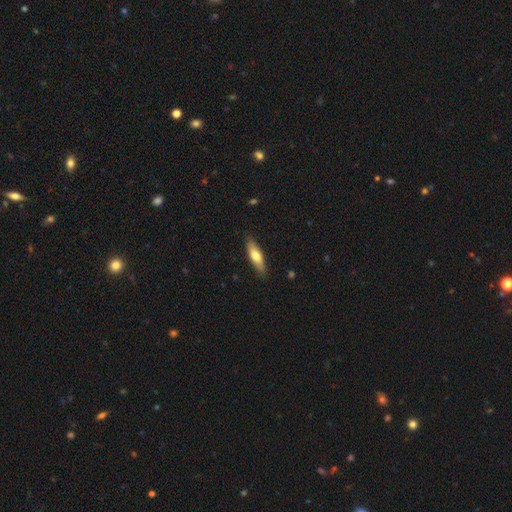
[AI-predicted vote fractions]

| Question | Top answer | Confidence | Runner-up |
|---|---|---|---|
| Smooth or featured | smooth | 69% | featured or disk (26%) |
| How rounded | cigar-shaped | 52% | in between (46%) |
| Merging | none | 86% | minor disturbance (11%) |